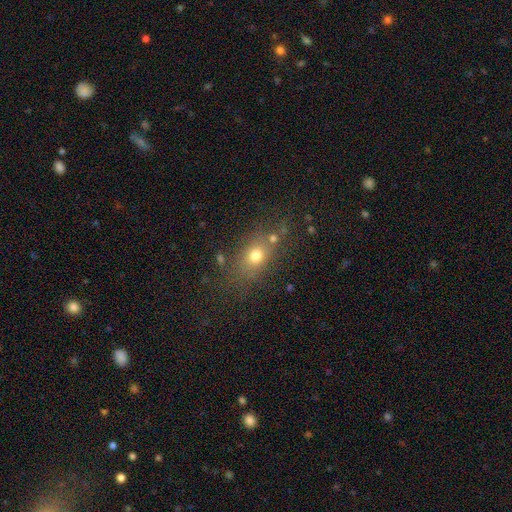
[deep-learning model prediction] smooth-or-featured: smooth: 71% | star or artifact: 16% | featured or disk: 13%
  how-rounded: in between: 54% | round: 43% | cigar-shaped: 4%
  merging: none: 69% | minor disturbance: 15% | merger: 9% | major disturbance: 7%